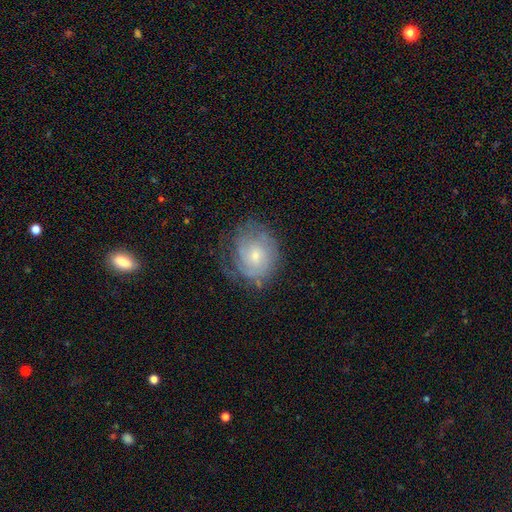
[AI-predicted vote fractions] Q: Smooth or featured?
A: featured or disk (60%); runner-up: smooth (32%)
Q: Edge-on disk?
A: no (97%); runner-up: yes (3%)
Q: Bar?
A: no (75%); runner-up: weak (22%)
Q: Spiral arms?
A: yes (78%); runner-up: no (22%)
Q: Bulge size?
A: small (58%); runner-up: moderate (36%)
Q: Merging?
A: none (58%); runner-up: minor disturbance (26%)